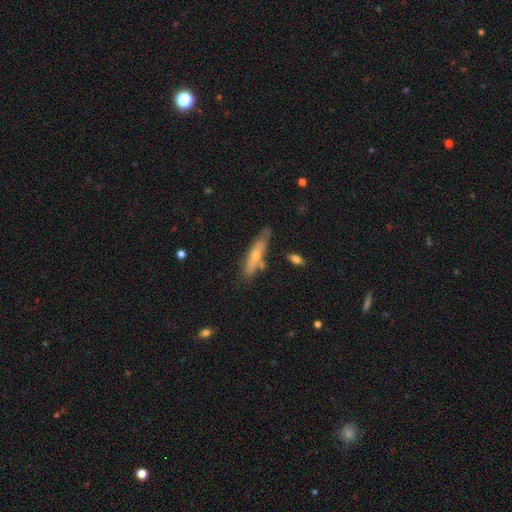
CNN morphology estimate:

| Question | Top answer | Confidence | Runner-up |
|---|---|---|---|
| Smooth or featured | featured or disk | 49% | smooth (43%) |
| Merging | none | 71% | minor disturbance (19%) |